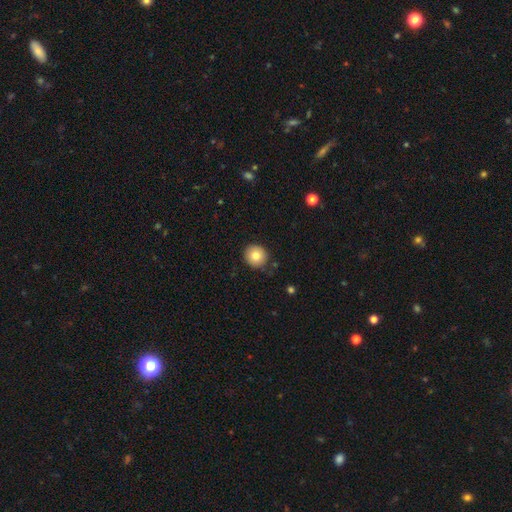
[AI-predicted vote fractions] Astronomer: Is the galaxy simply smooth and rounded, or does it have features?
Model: smooth — 80%.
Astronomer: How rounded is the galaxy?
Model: round — 93%.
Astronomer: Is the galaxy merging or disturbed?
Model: none — 87%.